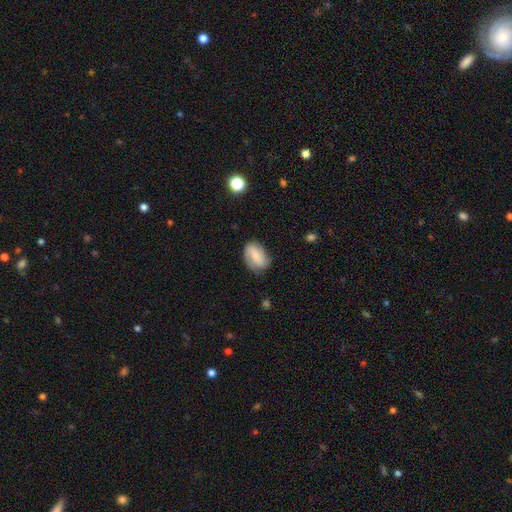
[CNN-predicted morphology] Smooth or featured? smooth (53%)
How rounded? in between (84%)
Merging? none (65%)